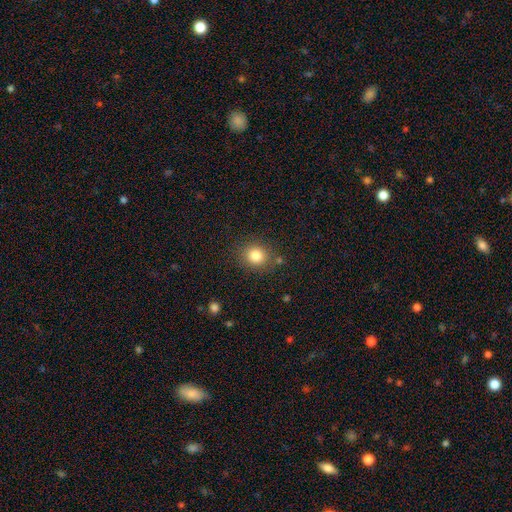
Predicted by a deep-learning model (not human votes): Smooth or featured?
  - smooth: 83% *
  - star or artifact: 11%
  - featured or disk: 6%
How rounded?
  - round: 82% *
  - in between: 17%
  - cigar-shaped: 1%
Merging?
  - none: 84% *
  - minor disturbance: 9%
  - merger: 3%
  - major disturbance: 3%